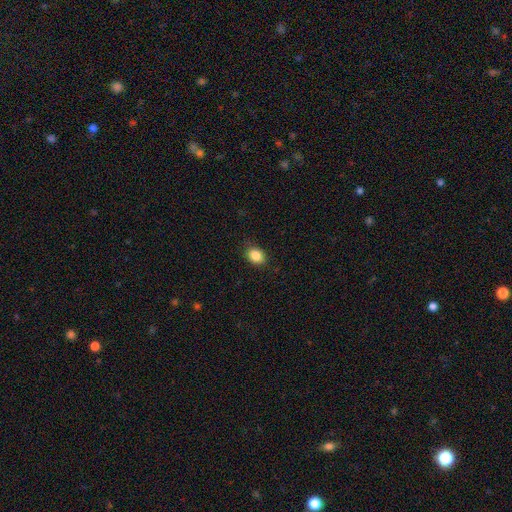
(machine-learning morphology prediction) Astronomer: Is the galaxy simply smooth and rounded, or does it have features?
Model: smooth — 86%.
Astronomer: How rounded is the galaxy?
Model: in between — 61% (runner-up: round, 38%).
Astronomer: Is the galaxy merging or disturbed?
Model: none — 85%.